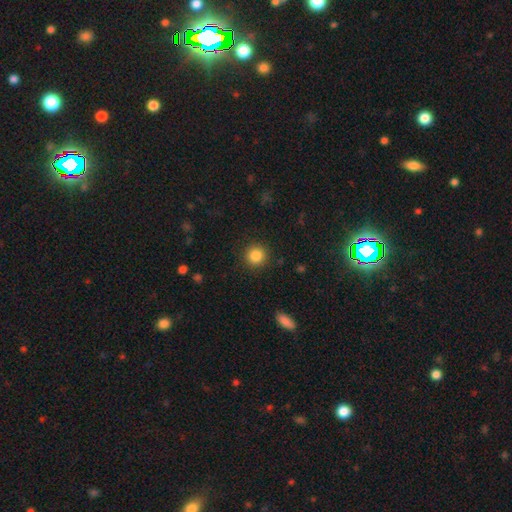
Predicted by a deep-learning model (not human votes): Smooth or featured?
  - smooth: 85% *
  - star or artifact: 10%
  - featured or disk: 5%
How rounded?
  - round: 94% *
  - in between: 5%
  - cigar-shaped: 1%
Merging?
  - none: 91% *
  - minor disturbance: 6%
  - major disturbance: 2%
  - merger: 1%